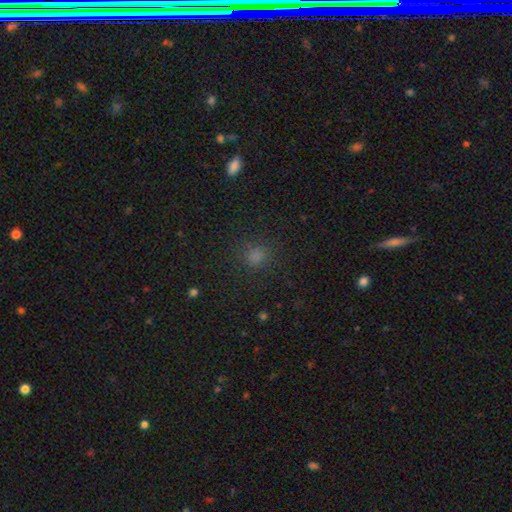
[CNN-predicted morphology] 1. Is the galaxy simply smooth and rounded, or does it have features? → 76% smooth, 19% star or artifact, 4% featured or disk.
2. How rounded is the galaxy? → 76% round, 23% in between, 1% cigar-shaped.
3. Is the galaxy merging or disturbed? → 82% none, 12% minor disturbance, 5% major disturbance, 2% merger.